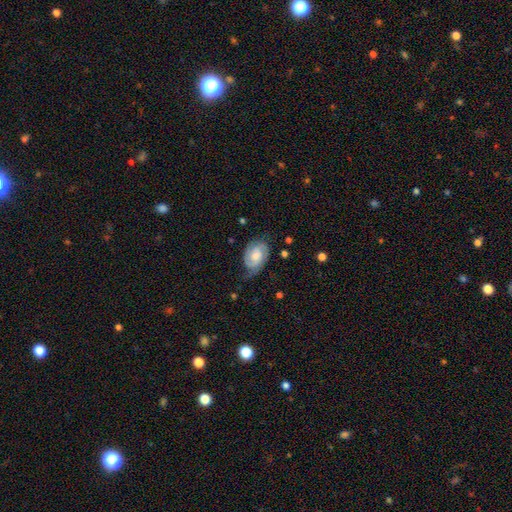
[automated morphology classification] featured or disk 67%, smooth 26%, star or artifact 7%. Down the decision tree: edge-on disk — no (97%); bar — no (64%); spiral arms — yes (93%); spiral arm count — 2 (71%); spiral winding — tight (51%); bulge size — moderate (39%); merging — none (59%).